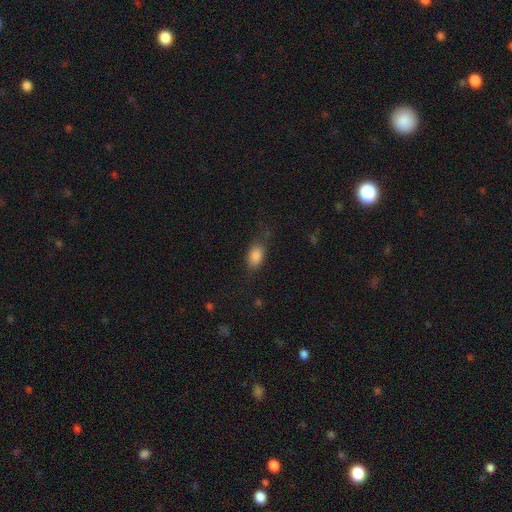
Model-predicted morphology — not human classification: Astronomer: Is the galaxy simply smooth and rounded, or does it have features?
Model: smooth — 84%.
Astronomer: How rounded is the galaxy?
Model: in between — 85%.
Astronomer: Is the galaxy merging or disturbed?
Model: none — 64%.